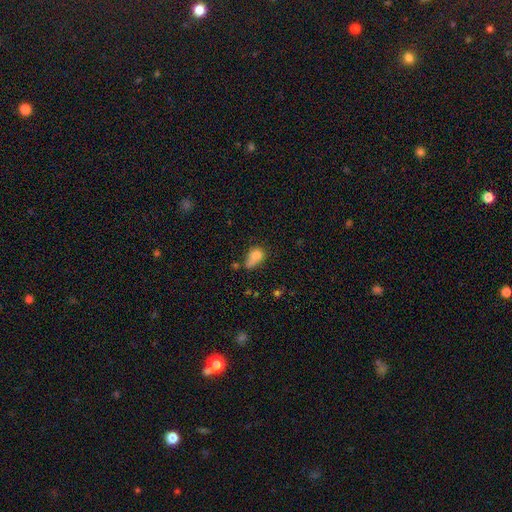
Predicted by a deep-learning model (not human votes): A smooth galaxy with no disk features (76%) that is in between round and cigar-shaped (64%). Merging: none (30%).